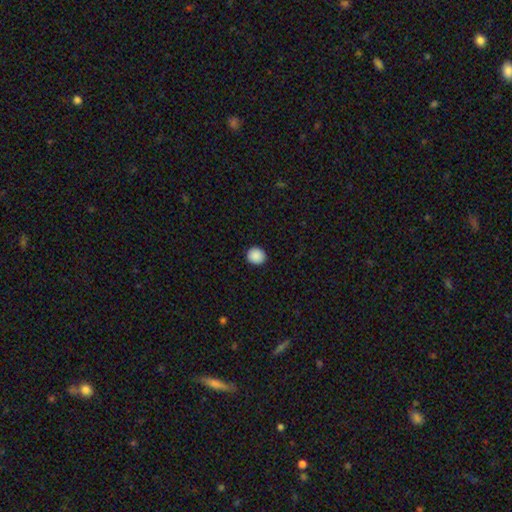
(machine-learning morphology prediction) This appears to be a smooth galaxy with no disk features (89%) that is round (91%). Merging: none (92%).